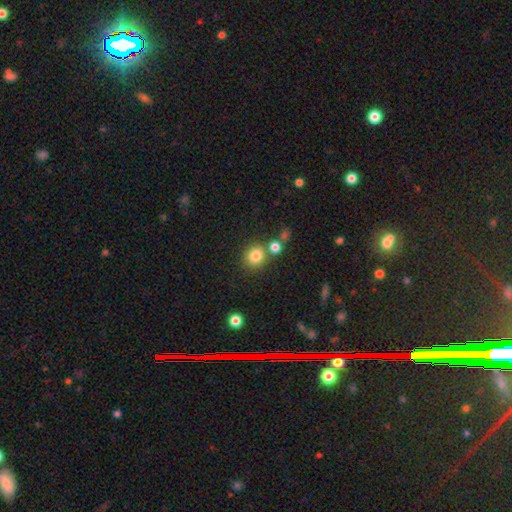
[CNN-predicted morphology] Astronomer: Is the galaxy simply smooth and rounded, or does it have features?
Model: smooth — 82%.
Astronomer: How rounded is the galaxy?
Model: round — 83%.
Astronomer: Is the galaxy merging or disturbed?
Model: none — 70%.